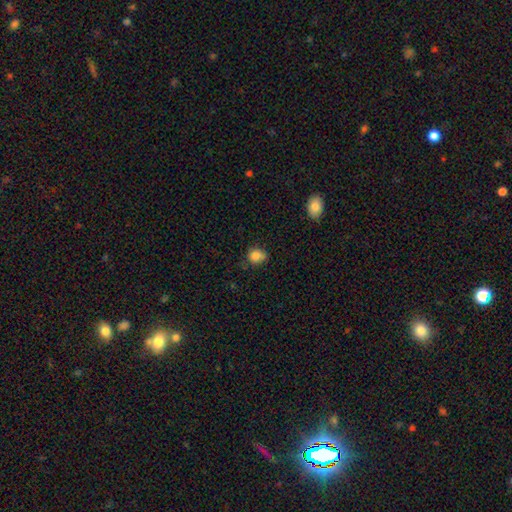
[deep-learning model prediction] This appears to be a smooth galaxy with no disk features (84%) that is round (64%). Merging: none (58%).